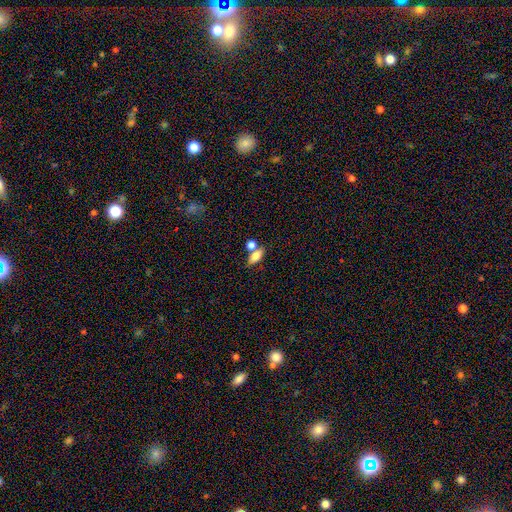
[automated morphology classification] Smooth or featured?
  - smooth: 78% *
  - featured or disk: 13%
  - star or artifact: 9%
How rounded?
  - in between: 79% *
  - cigar-shaped: 14%
  - round: 8%
Merging?
  - none: 52% *
  - merger: 32%
  - minor disturbance: 12%
  - major disturbance: 5%